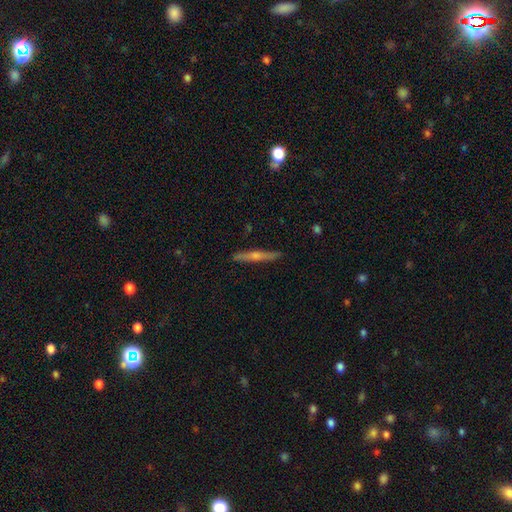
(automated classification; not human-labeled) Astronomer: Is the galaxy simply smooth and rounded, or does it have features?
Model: featured or disk — 58%.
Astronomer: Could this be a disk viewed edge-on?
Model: yes — 92%.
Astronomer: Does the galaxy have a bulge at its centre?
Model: rounded — 77%.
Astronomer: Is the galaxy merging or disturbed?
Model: none — 88%.